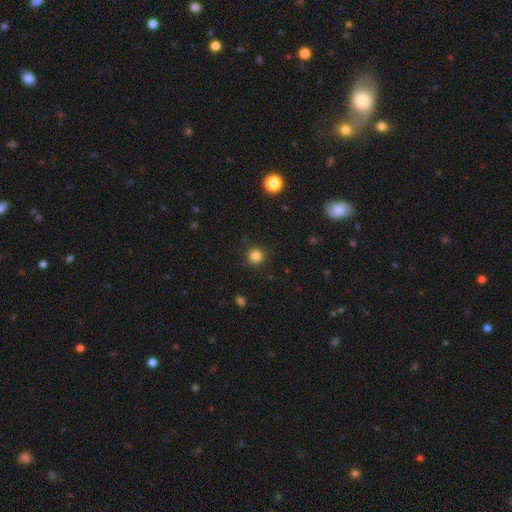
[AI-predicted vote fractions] Smooth or featured? Predicted: smooth (p=0.83). How rounded? Predicted: round (p=0.94). Merging? Predicted: none (p=0.90).